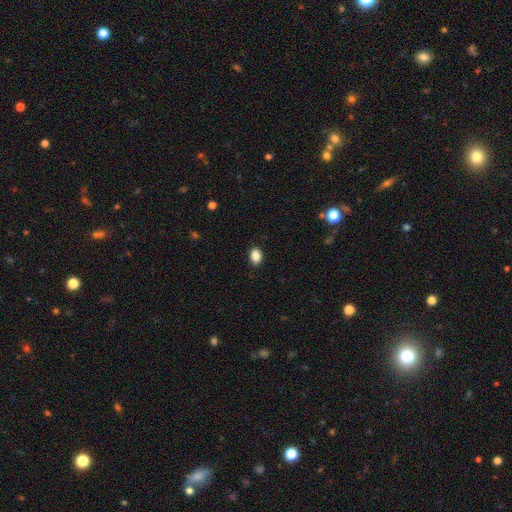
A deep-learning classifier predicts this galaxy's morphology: Smooth or featured?
  - smooth: 88% *
  - star or artifact: 9%
  - featured or disk: 4%
How rounded?
  - in between: 75% *
  - round: 24%
  - cigar-shaped: 1%
Merging?
  - none: 89% *
  - minor disturbance: 8%
  - major disturbance: 2%
  - merger: 1%